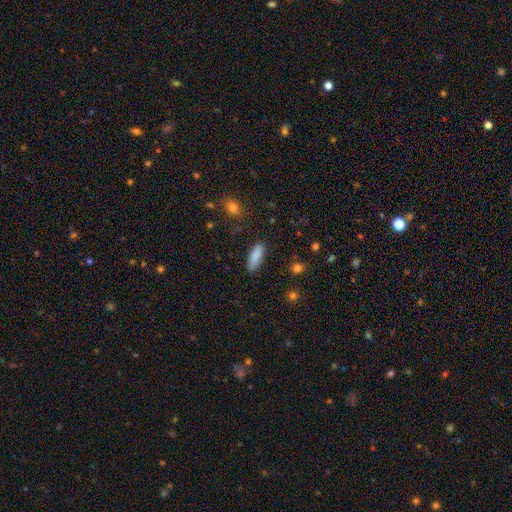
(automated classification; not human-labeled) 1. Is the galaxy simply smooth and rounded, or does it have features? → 88% smooth, 7% star or artifact, 5% featured or disk.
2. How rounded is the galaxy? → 67% in between, 31% cigar-shaped, 2% round.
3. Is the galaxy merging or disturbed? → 84% none, 12% minor disturbance, 3% major disturbance, 2% merger.